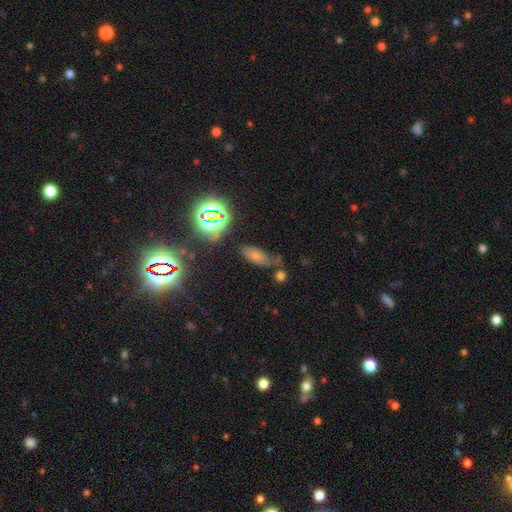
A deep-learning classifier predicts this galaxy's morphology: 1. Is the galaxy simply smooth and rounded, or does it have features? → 63% smooth, 23% star or artifact, 14% featured or disk.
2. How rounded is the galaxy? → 80% in between, 14% cigar-shaped, 5% round.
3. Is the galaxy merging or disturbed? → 52% none, 25% minor disturbance, 12% major disturbance, 12% merger.